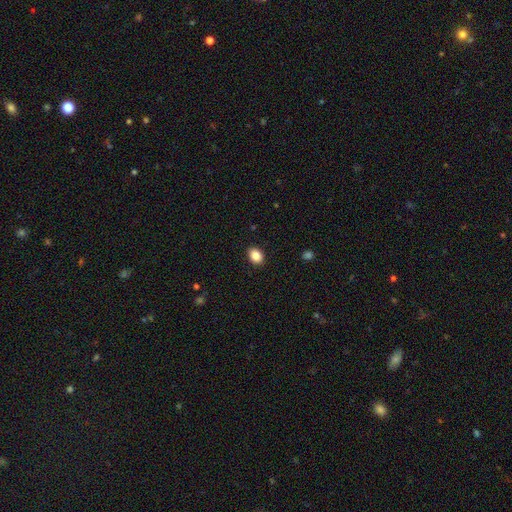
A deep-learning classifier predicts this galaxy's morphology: smooth 87%, star or artifact 9%, featured or disk 5%. Down the decision tree: how rounded — in between (65%); merging — none (90%).